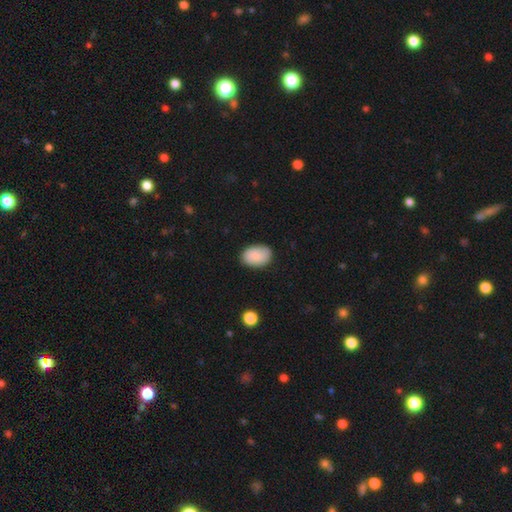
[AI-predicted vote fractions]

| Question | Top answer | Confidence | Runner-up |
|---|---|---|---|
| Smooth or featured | smooth | 86% | featured or disk (7%) |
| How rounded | in between | 85% | round (13%) |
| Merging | none | 84% | minor disturbance (13%) |